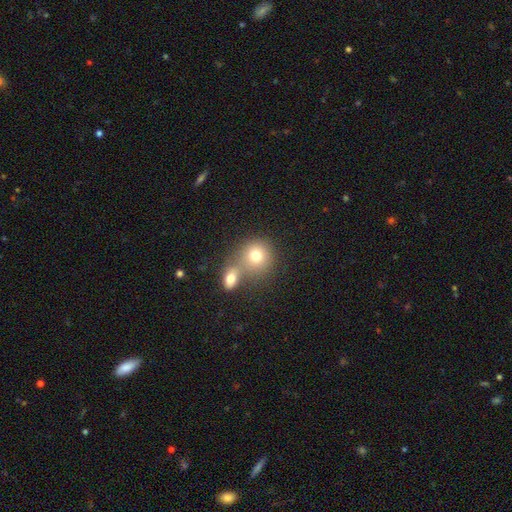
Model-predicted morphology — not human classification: Smooth or featured? Predicted: smooth (p=0.76). How rounded? Predicted: round (p=0.83). Merging? Predicted: merger (p=0.47).